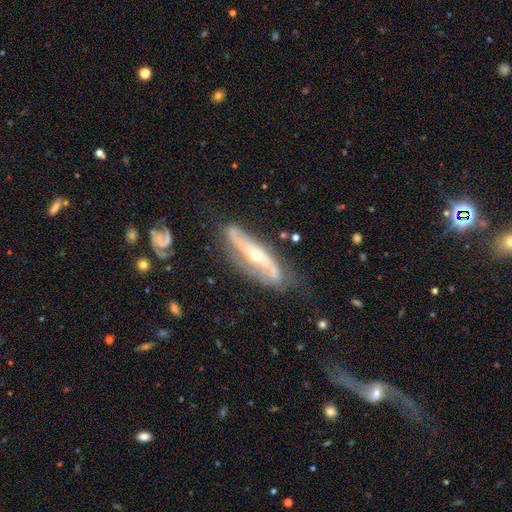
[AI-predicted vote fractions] A featured or disk galaxy (78%) with no bar (59%), spiral arms (85%) and a small central bulge (54%).

Vote fractions:
- Smooth or featured? featured or disk: 78% / smooth: 16% / star or artifact: 6%
- Edge-on disk? no: 75% / yes: 25%
- Bar? no: 59% / weak: 25% / strong: 16%
- Spiral arms? yes: 85% / no: 15%
- Bulge size? small: 54% / moderate: 42% / large: 2% / none: 1% / dominant: 1%
- Merging? none: 60% / minor disturbance: 25% / major disturbance: 10% / merger: 5%